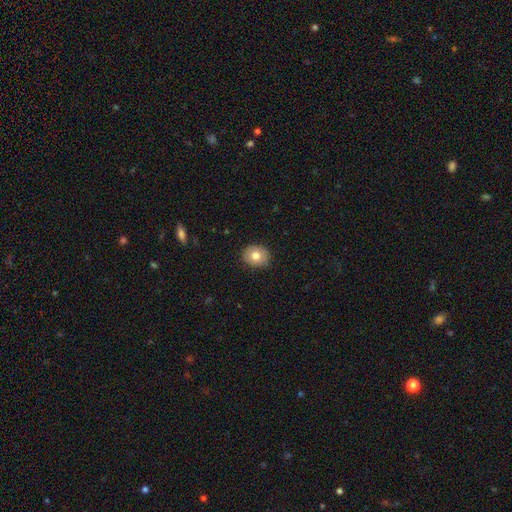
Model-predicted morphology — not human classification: This is likely a smooth galaxy (78%). How rounded: likely round (65%). Merging: clearly none (88%).